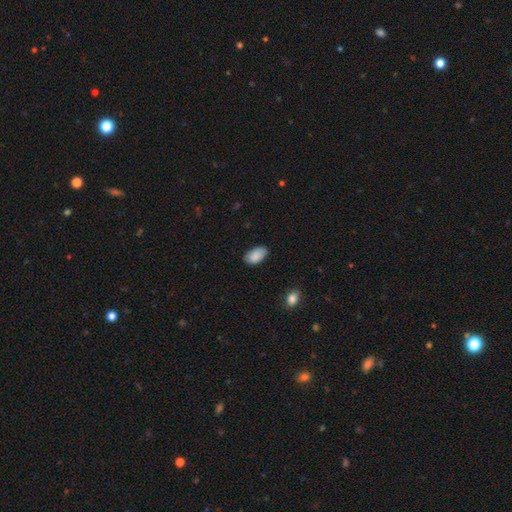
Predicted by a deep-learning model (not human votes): This is clearly a smooth galaxy (87%). How rounded: clearly in between (95%). Merging: likely none (79%).